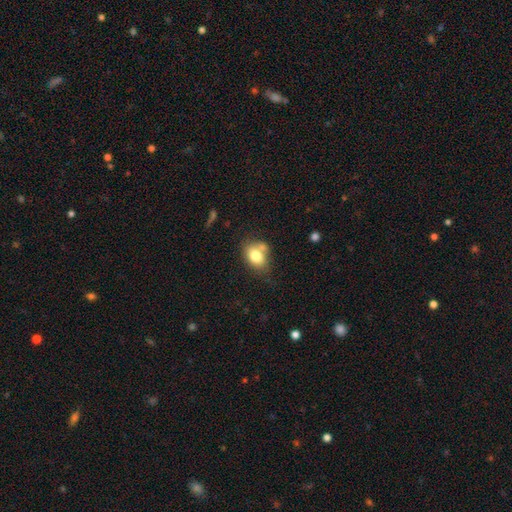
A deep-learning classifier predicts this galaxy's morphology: Smooth or featured? smooth (78%)
How rounded? in between (67%)
Merging? none (51%)